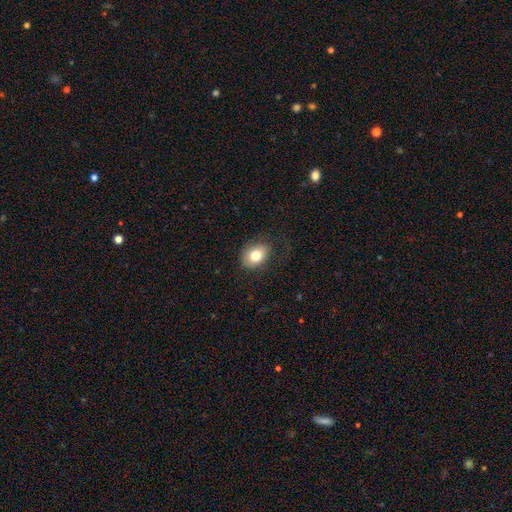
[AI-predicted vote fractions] smooth_or_featured: smooth (p=0.78) [alt: featured or disk p=0.13]
how_rounded: in between (p=0.69) [alt: round p=0.30]
merging: none (p=0.76) [alt: minor disturbance p=0.17]